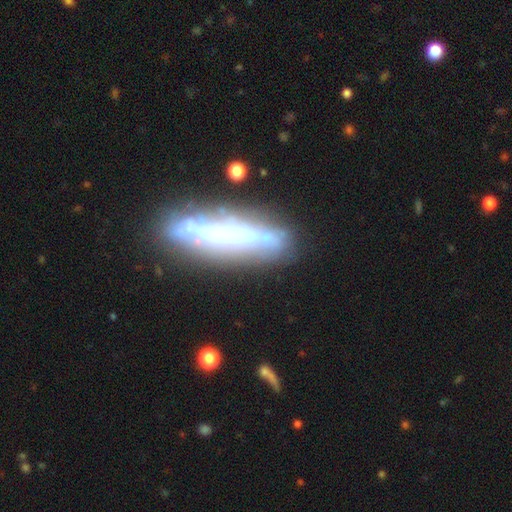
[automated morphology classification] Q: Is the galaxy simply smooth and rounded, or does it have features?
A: featured or disk — 67%.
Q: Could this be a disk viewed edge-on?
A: yes — 65%.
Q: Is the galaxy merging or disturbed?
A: none — 67%.